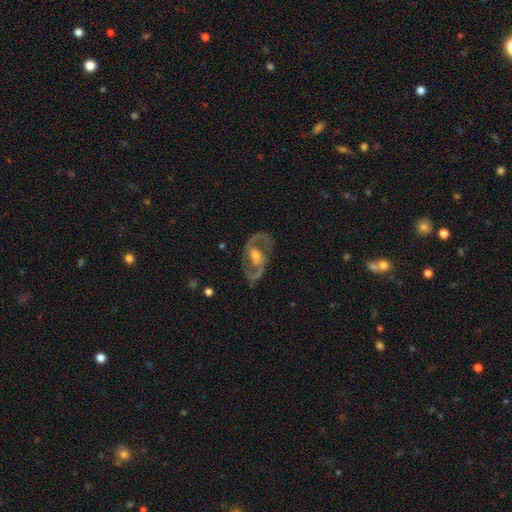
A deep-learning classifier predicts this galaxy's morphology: This is clearly a featured or disk galaxy (89%). It is clearly not viewed edge-on (97%). Bar: marginally no (42%). Spiral arm pattern: clearly yes (94%). Spiral arm count: clearly 2 (92%). Spiral winding: possibly medium (59%). Central bulge: likely moderate (65%). Merging: clearly none (81%).